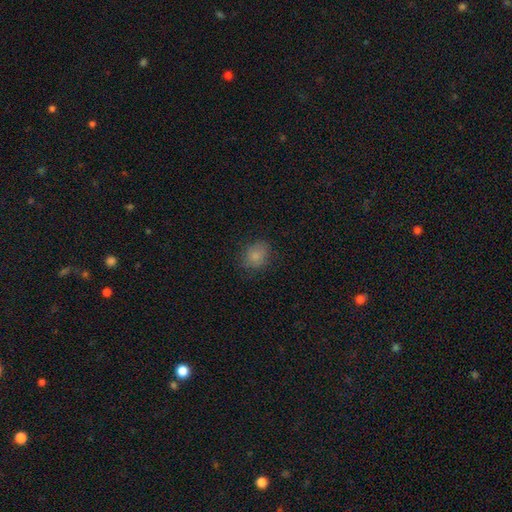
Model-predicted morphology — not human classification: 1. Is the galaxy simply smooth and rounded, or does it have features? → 82% smooth, 10% star or artifact, 8% featured or disk.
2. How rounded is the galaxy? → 54% round, 46% in between, 1% cigar-shaped.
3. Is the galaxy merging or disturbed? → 75% none, 19% minor disturbance, 5% major disturbance, 1% merger.